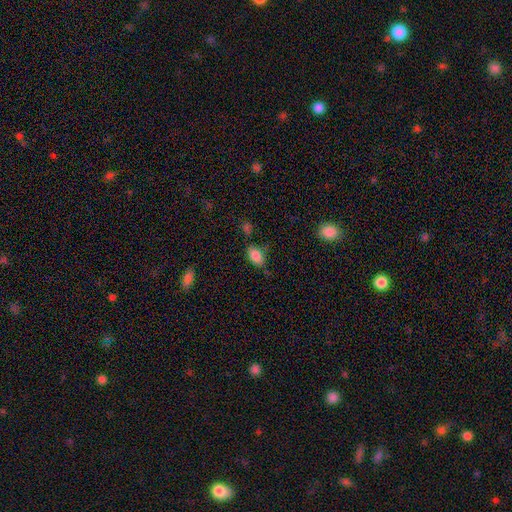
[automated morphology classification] smooth 85%, star or artifact 9%, featured or disk 7%. Down the decision tree: how rounded — in between (90%); merging — none (66%).